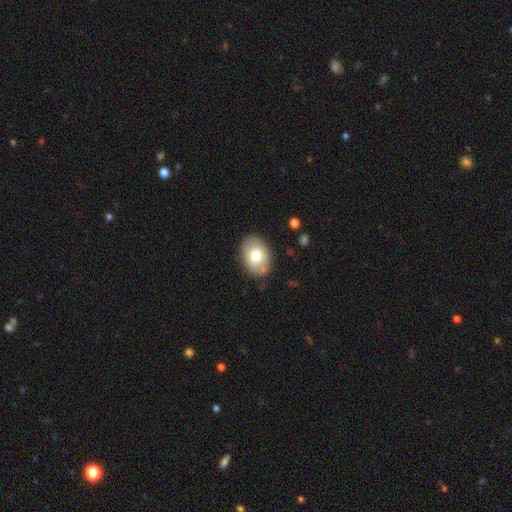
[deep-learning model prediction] Q: Smooth or featured?
A: smooth (73%); runner-up: featured or disk (20%)
Q: How rounded?
A: in between (75%); runner-up: round (24%)
Q: Merging?
A: none (84%); runner-up: minor disturbance (11%)